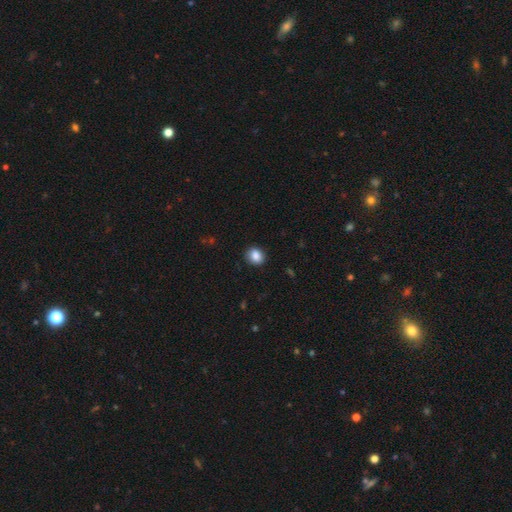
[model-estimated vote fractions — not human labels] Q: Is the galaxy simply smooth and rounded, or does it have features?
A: smooth — 87%.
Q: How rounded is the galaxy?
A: round — 67%.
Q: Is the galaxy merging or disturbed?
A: none — 89%.